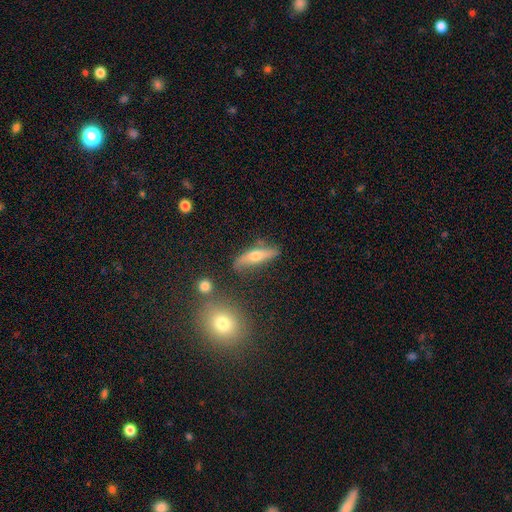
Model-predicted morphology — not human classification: This appears to be a featured or disk galaxy (54%) viewed edge-on (77%). Merging: none (75%).